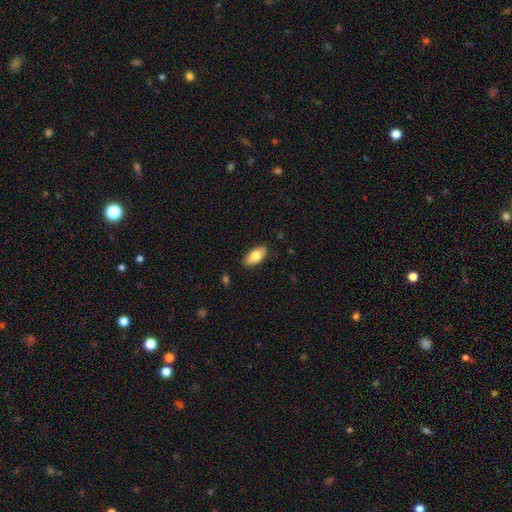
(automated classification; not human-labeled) This is likely a smooth galaxy (78%). How rounded: clearly in between (92%). Merging: clearly none (87%).